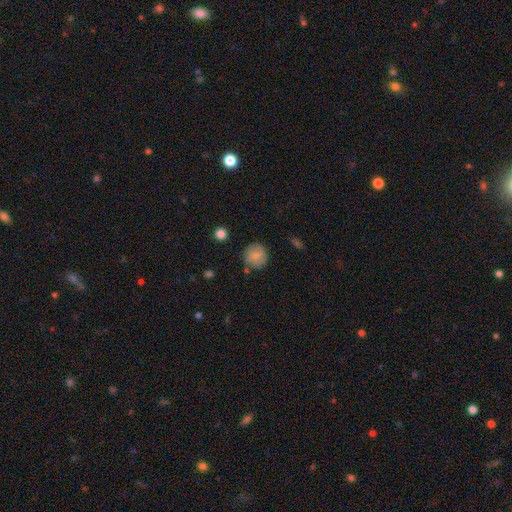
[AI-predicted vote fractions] Morphology: type=smooth (81%); roundness=round (92%); merging=none (82%).